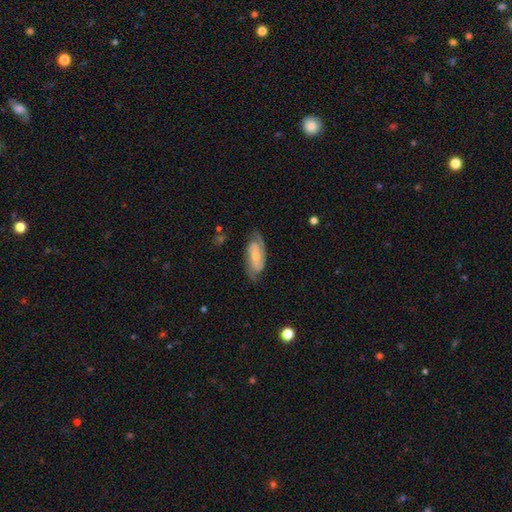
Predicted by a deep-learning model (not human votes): A featured or disk galaxy (72%) with no bar (51%), 2 (79%) medium (43%) spiral arms (93%) and a small central bulge (57%). Merging: none (73%).